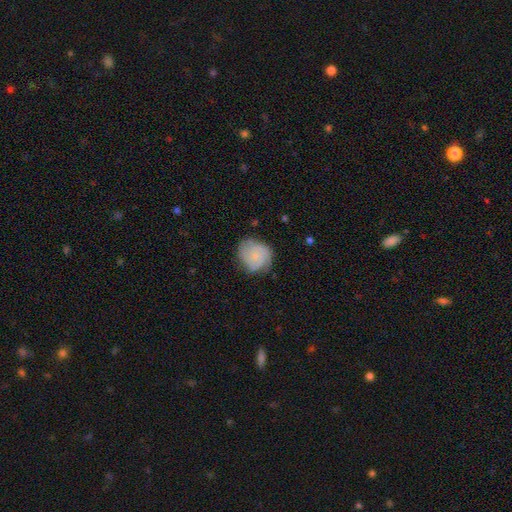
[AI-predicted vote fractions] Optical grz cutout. It shows a featured or disk galaxy (51%). Merging: none (64%).